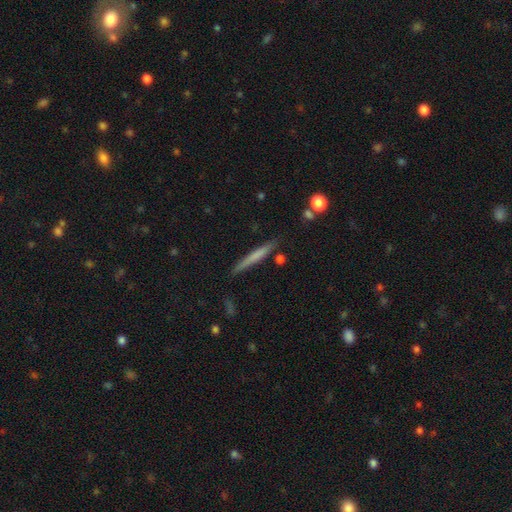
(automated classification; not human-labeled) Smooth or featured: smooth — 60% (featured or disk — 34%)
How rounded: cigar-shaped — 95% (in between — 3%)
Merging: none — 84% (minor disturbance — 11%)